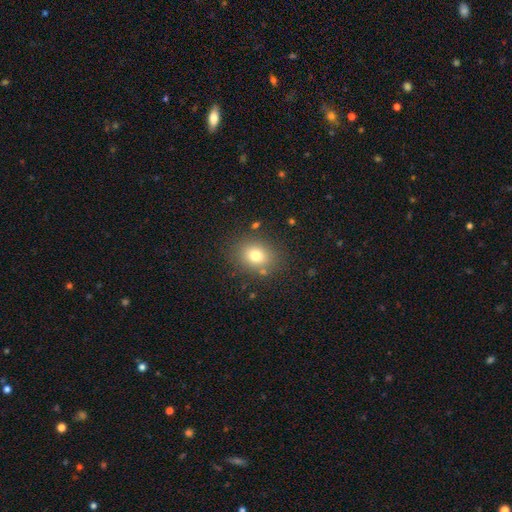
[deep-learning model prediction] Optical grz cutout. It shows a smooth galaxy with no disk features (75%) that is round (59%). Merging: none (82%).